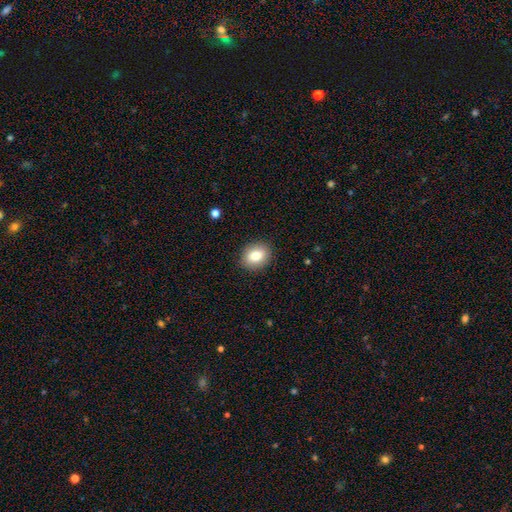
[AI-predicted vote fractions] Morphology: type=smooth (81%); roundness=round (53%); merging=none (89%).